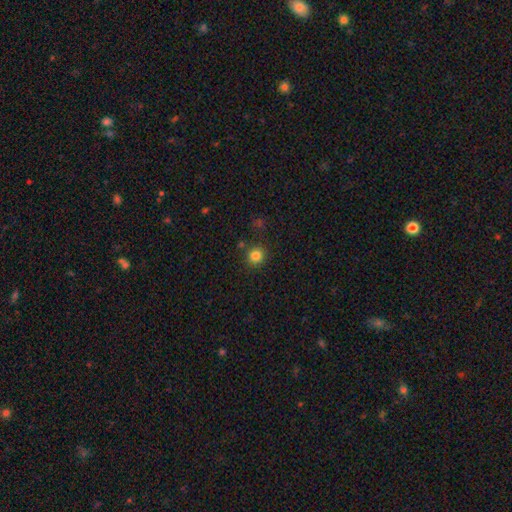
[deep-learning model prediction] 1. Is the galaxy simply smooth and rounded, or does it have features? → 82% smooth, 13% star or artifact, 5% featured or disk.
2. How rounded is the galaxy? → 93% round, 6% in between, 1% cigar-shaped.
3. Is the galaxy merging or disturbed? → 86% none, 7% minor disturbance, 4% merger, 2% major disturbance.